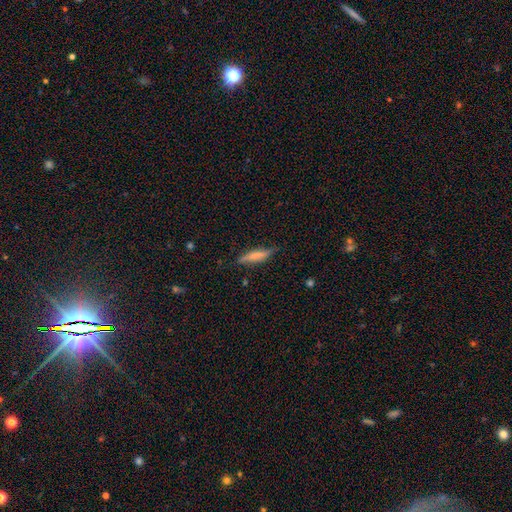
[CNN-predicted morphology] This is likely a smooth galaxy (61%). How rounded: clearly cigar-shaped (82%). Merging: likely none (74%).